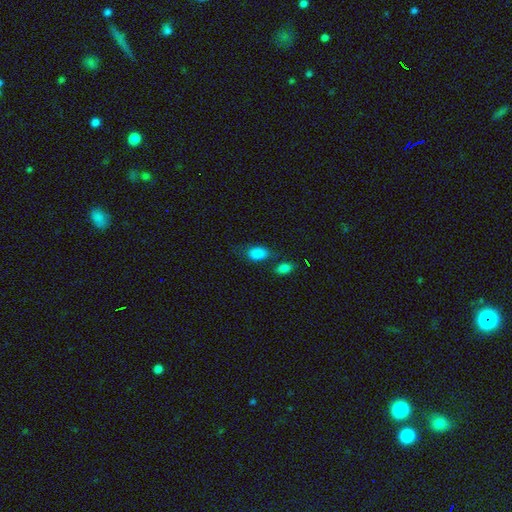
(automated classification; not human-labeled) Smooth or featured? smooth (85%)
How rounded? in between (87%)
Merging? none (57%)